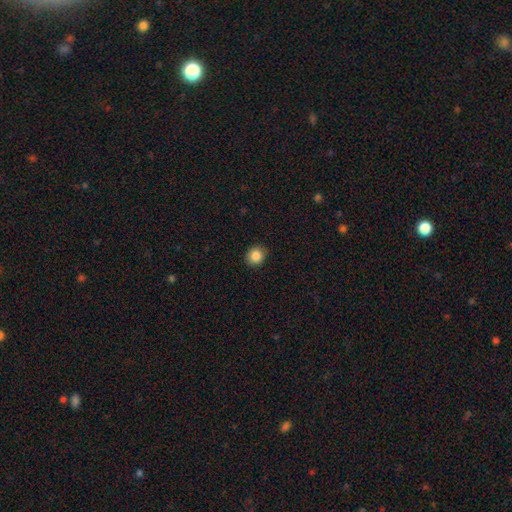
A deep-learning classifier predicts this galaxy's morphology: The model was most divided on "how rounded": round: 81%, in between: 18%, cigar-shaped: 1%. More confident: merging — none (90%); smooth or featured — smooth (86%).